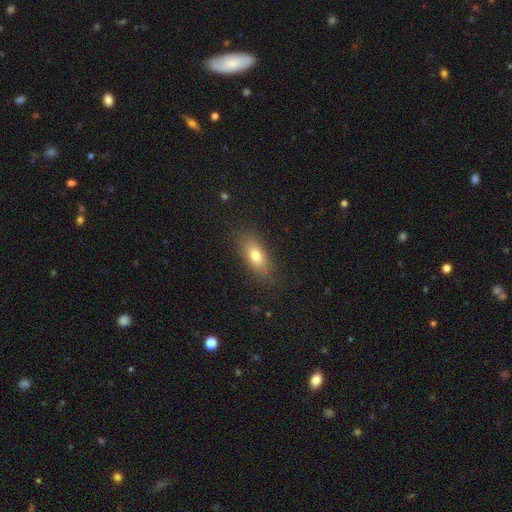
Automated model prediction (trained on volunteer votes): Smooth or featured? smooth (74%)
How rounded? in between (75%)
Merging? none (84%)